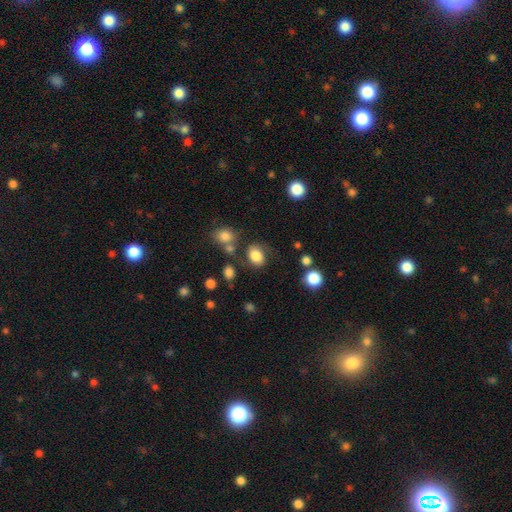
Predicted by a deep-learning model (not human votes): smooth-or-featured: smooth: 76% | featured or disk: 14% | star or artifact: 10%
  how-rounded: in between: 60% | round: 39% | cigar-shaped: 1%
  merging: none: 65% | minor disturbance: 19% | major disturbance: 9% | merger: 7%